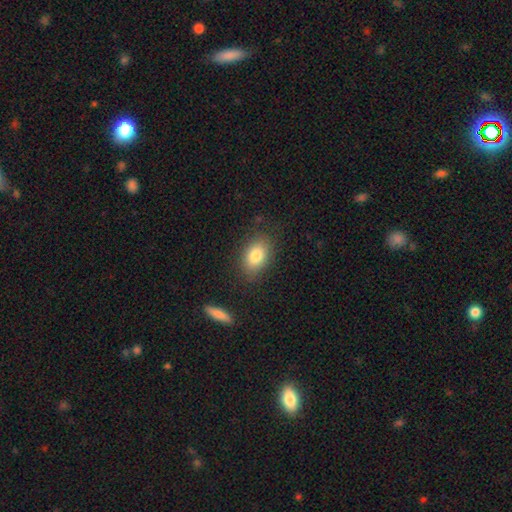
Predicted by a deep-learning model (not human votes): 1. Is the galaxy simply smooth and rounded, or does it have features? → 82% smooth, 10% featured or disk, 8% star or artifact.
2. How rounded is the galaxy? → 82% in between, 16% round, 2% cigar-shaped.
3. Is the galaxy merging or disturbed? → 81% none, 13% minor disturbance, 4% major disturbance, 2% merger.